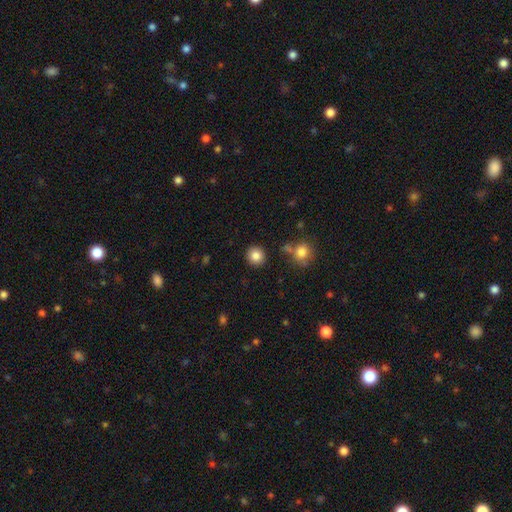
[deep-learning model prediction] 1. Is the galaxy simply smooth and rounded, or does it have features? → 84% smooth, 10% star or artifact, 5% featured or disk.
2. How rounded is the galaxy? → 90% round, 9% in between, 1% cigar-shaped.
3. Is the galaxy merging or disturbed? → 88% none, 6% minor disturbance, 3% merger, 2% major disturbance.